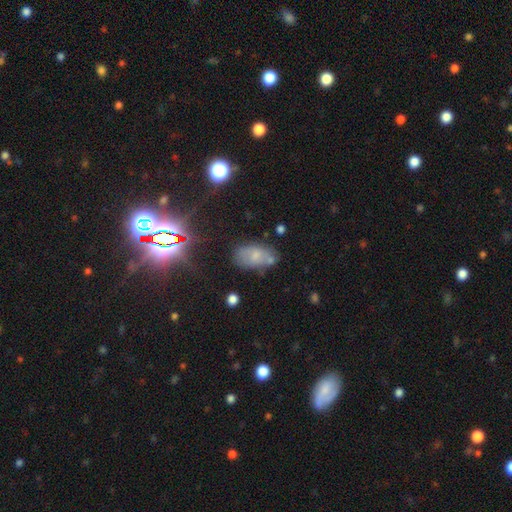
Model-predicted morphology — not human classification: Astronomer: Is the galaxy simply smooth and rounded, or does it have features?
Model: smooth — 57%.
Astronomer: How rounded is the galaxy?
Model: in between — 91%.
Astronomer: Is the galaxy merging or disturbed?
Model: none — 62%.